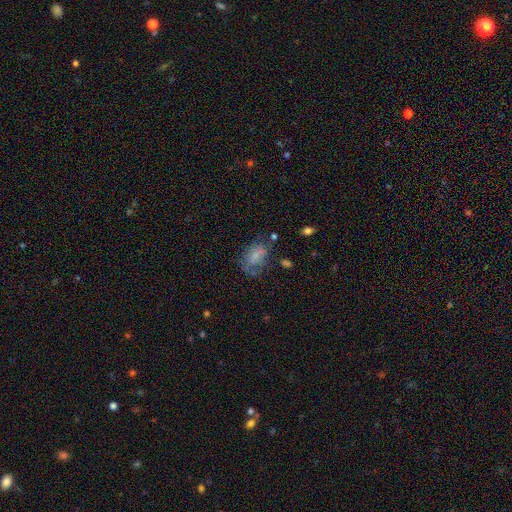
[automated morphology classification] Smooth or featured? Predicted: smooth (p=0.63). How rounded? Predicted: in between (p=0.85). Merging? Predicted: none (p=0.43).